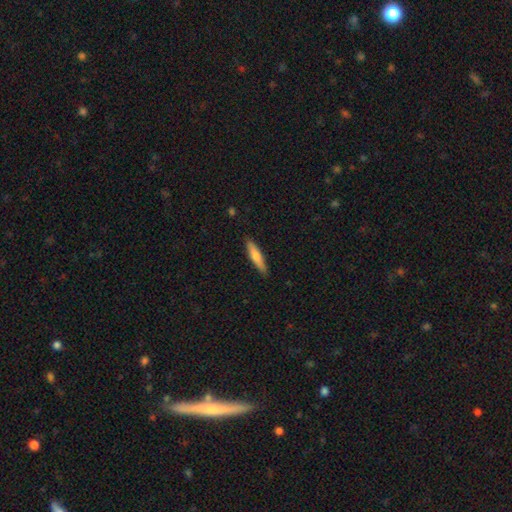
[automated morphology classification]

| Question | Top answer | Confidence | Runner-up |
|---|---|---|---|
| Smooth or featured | smooth | 67% | featured or disk (27%) |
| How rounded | cigar-shaped | 86% | in between (13%) |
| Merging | none | 89% | minor disturbance (8%) |